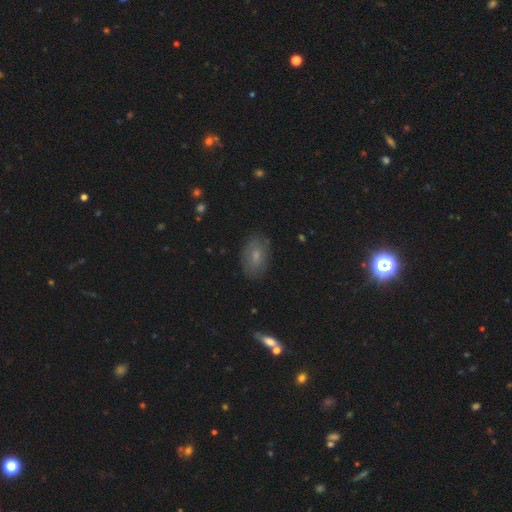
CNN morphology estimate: A smooth galaxy with no disk features (68%) that is in between round and cigar-shaped (89%).

Vote fractions:
- Smooth or featured? smooth: 68% / featured or disk: 22% / star or artifact: 10%
- How rounded? in between: 89% / round: 9% / cigar-shaped: 2%
- Merging? none: 81% / minor disturbance: 14% / major disturbance: 4% / merger: 1%